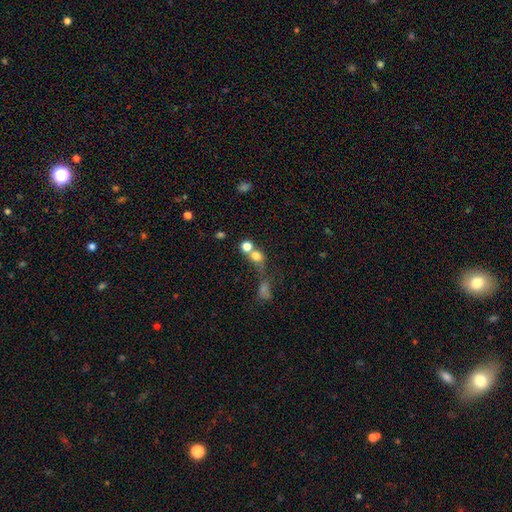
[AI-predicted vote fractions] Q: Smooth or featured?
A: smooth (71%); runner-up: star or artifact (16%)
Q: How rounded?
A: round (78%); runner-up: in between (20%)
Q: Merging?
A: merger (50%); runner-up: none (35%)